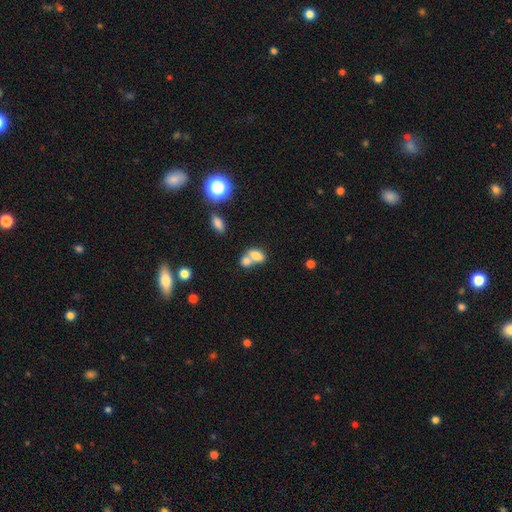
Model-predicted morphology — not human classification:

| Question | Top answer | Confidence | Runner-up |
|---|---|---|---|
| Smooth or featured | smooth | 75% | featured or disk (14%) |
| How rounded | in between | 82% | round (15%) |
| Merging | merger | 63% | none (25%) |